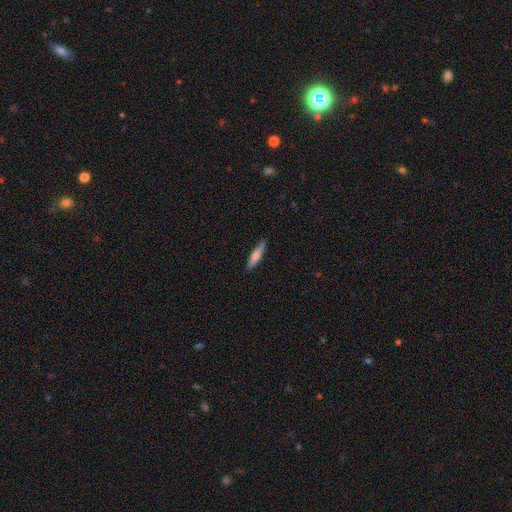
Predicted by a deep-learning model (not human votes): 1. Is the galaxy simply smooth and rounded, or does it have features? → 54% smooth, 41% featured or disk, 6% star or artifact.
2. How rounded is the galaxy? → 86% cigar-shaped, 12% in between, 2% round.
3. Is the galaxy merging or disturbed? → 89% none, 8% minor disturbance, 2% major disturbance, 1% merger.